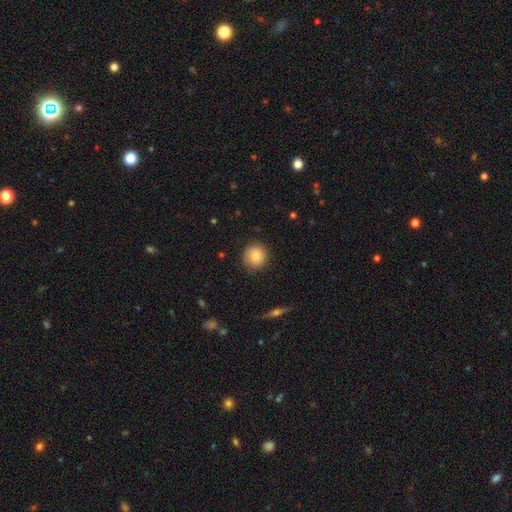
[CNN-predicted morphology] This is clearly a smooth galaxy (82%). How rounded: clearly round (93%). Merging: clearly none (88%).